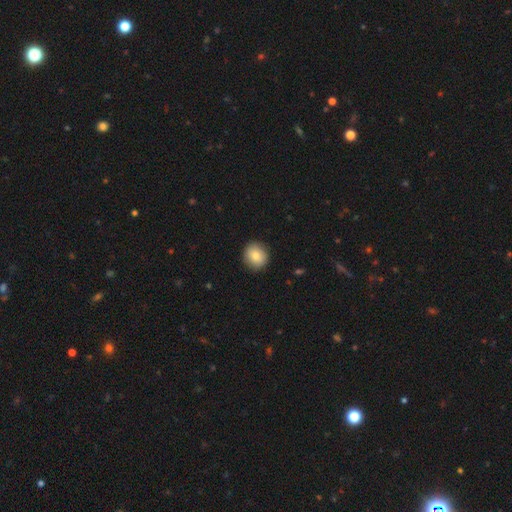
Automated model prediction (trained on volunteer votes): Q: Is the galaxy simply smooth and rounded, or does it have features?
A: smooth — 79%.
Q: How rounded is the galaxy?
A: round — 89%.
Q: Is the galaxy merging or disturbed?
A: none — 89%.